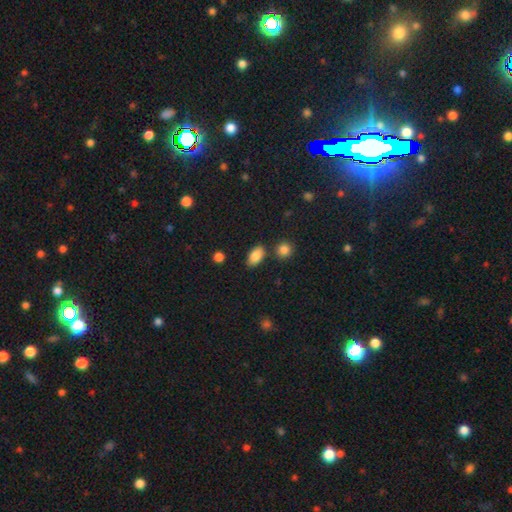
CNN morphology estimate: Smooth or featured? smooth (86%)
How rounded? in between (90%)
Merging? none (79%)